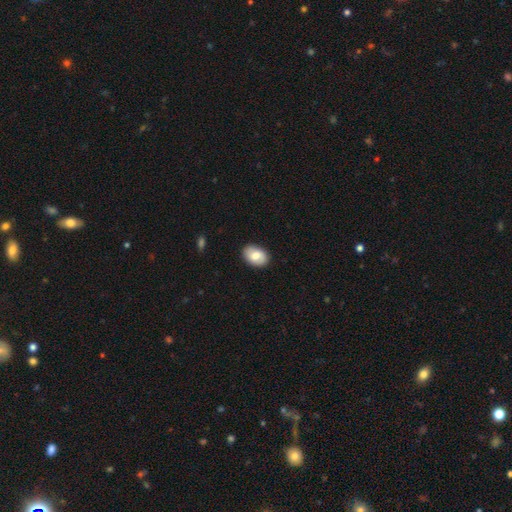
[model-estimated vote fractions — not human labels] Smooth or featured: smooth — 75% (featured or disk — 19%)
How rounded: in between — 84% (round — 15%)
Merging: none — 88% (minor disturbance — 9%)